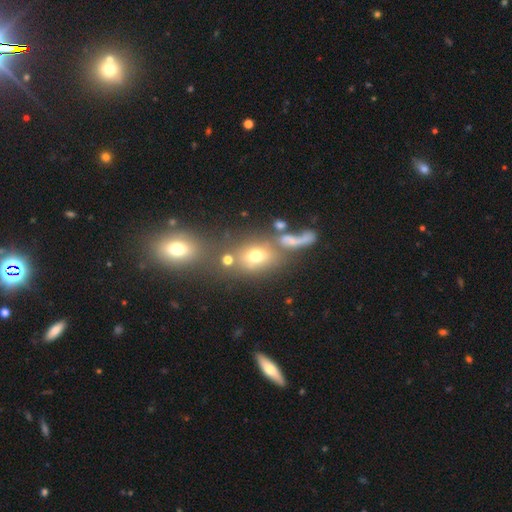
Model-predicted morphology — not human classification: This appears to be a smooth galaxy with no disk features (62%) that is in between round and cigar-shaped (59%). Merging: none (46%).